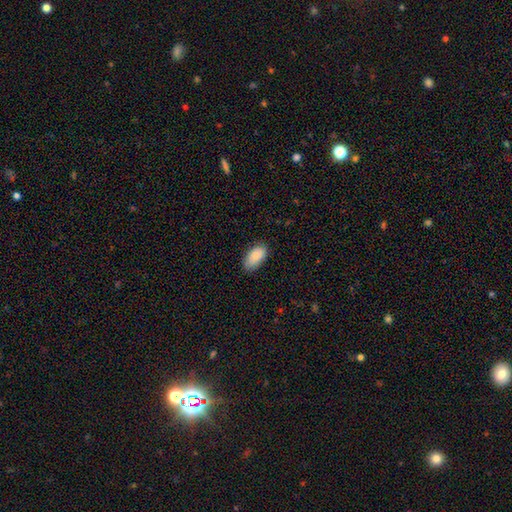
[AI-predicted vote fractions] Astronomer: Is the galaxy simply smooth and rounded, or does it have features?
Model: smooth — 88%.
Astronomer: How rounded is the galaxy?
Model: in between — 94%.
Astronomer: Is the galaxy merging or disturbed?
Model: none — 78%.